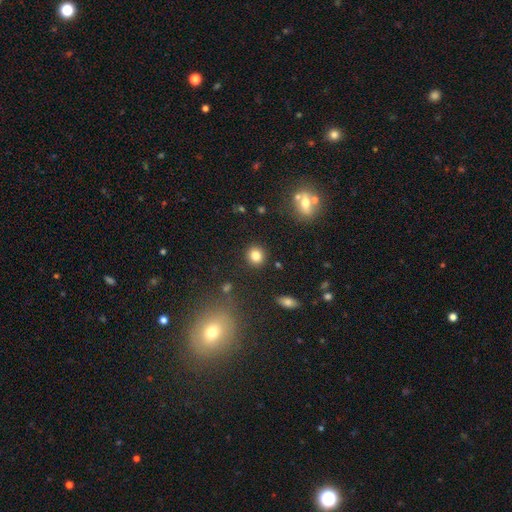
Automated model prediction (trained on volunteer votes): The model was most divided on "smooth or featured": smooth: 83%, star or artifact: 11%, featured or disk: 6%. More confident: merging — none (89%); how rounded — round (87%).